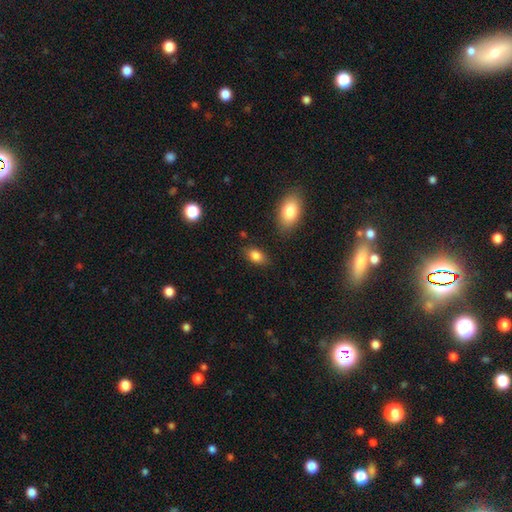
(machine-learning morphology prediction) Smooth or featured: smooth — 84% (star or artifact — 9%)
How rounded: in between — 87% (round — 11%)
Merging: none — 82% (minor disturbance — 12%)